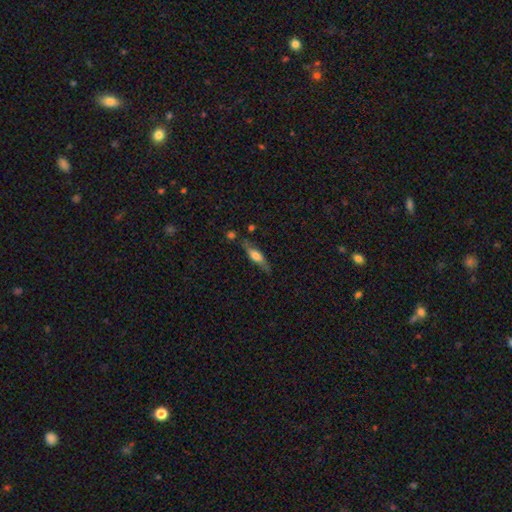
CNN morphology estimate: smooth-or-featured: featured or disk: 55% | smooth: 38% | star or artifact: 7%
  disk-edge-on: yes: 83% | no: 17%
  merging: none: 70% | minor disturbance: 19% | merger: 6% | major disturbance: 5%